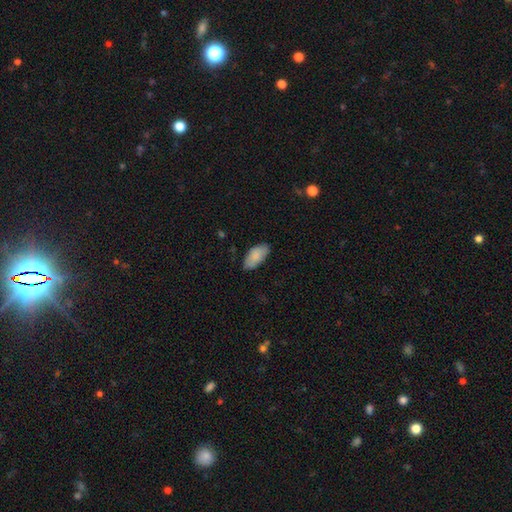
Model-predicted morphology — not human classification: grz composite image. It shows a smooth galaxy with no disk features (85%) that is in between round and cigar-shaped (93%). Merging: none (80%).